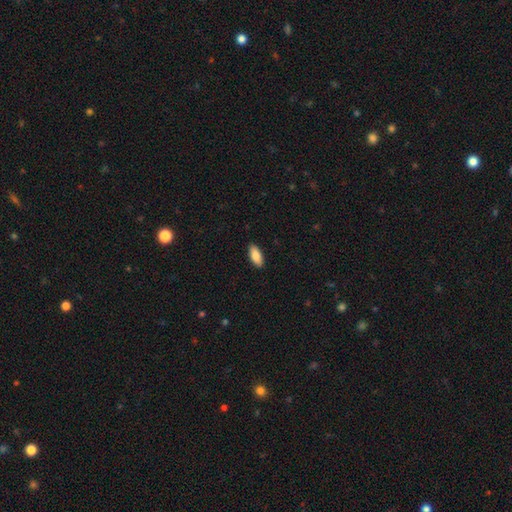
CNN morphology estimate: Smooth or featured: smooth — 86% (featured or disk — 8%)
How rounded: in between — 83% (cigar-shaped — 15%)
Merging: none — 90% (minor disturbance — 8%)